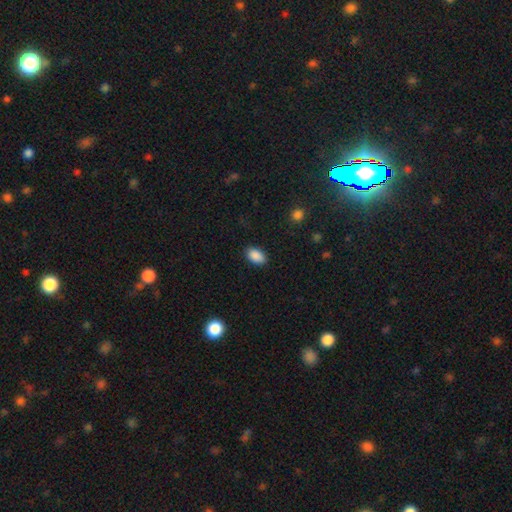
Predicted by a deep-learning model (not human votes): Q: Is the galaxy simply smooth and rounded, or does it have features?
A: smooth — 89%.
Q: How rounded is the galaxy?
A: in between — 90%.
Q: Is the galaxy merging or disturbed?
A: none — 88%.